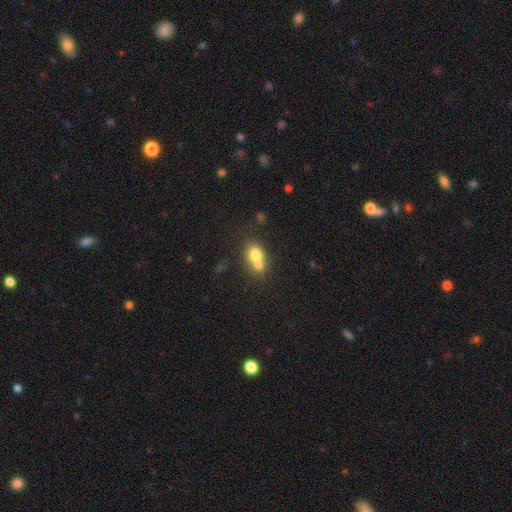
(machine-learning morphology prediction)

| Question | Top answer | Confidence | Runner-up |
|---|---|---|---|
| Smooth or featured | smooth | 72% | featured or disk (18%) |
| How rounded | in between | 54% | round (45%) |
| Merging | merger | 61% | none (27%) |